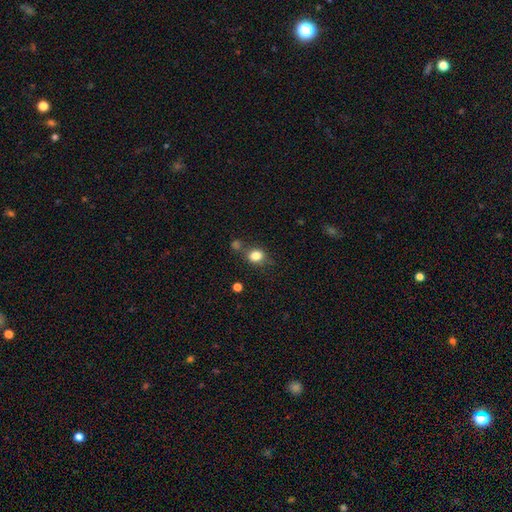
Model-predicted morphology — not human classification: smooth_or_featured: smooth (p=0.81) [alt: star or artifact p=0.12]
how_rounded: round (p=0.58) [alt: in between p=0.41]
merging: none (p=0.64) [alt: minor disturbance p=0.17]